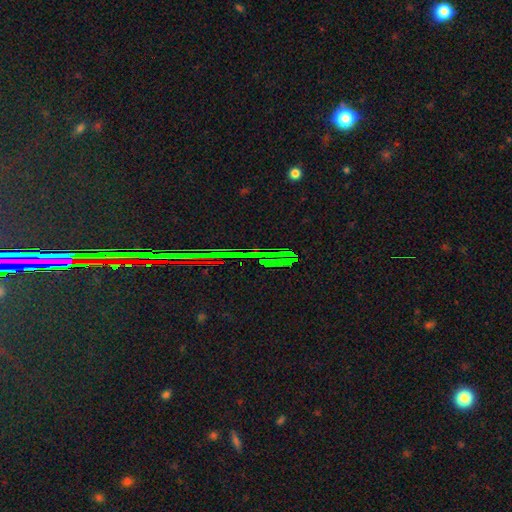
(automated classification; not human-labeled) Morphology: type=star or artifact (83%).